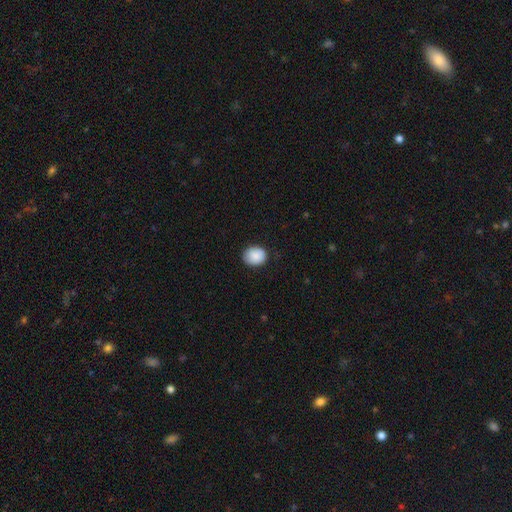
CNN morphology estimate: smooth_or_featured: smooth (p=0.86) [alt: star or artifact p=0.07]
how_rounded: round (p=0.59) [alt: in between p=0.40]
merging: none (p=0.78) [alt: minor disturbance p=0.17]